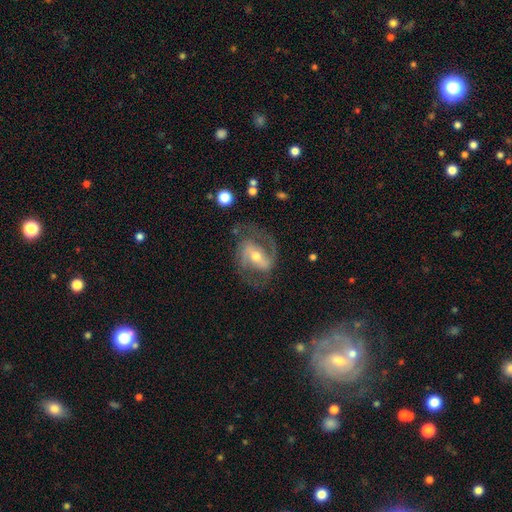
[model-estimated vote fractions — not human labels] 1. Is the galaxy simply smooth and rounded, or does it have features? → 86% featured or disk, 8% smooth, 6% star or artifact.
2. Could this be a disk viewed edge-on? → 96% no, 4% yes.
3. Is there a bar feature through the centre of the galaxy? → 40% strong, 39% weak, 21% no.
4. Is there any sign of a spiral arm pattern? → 94% yes, 6% no.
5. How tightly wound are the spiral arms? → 56% medium, 23% tight, 21% loose.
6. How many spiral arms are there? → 89% 2, 4% can't tell, 2% 1, 2% 3, 1% 4, 1% more than 4.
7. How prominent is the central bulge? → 62% moderate, 32% small, 5% large, 1% none, 1% dominant.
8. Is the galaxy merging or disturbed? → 71% none, 16% minor disturbance, 11% major disturbance, 2% merger.